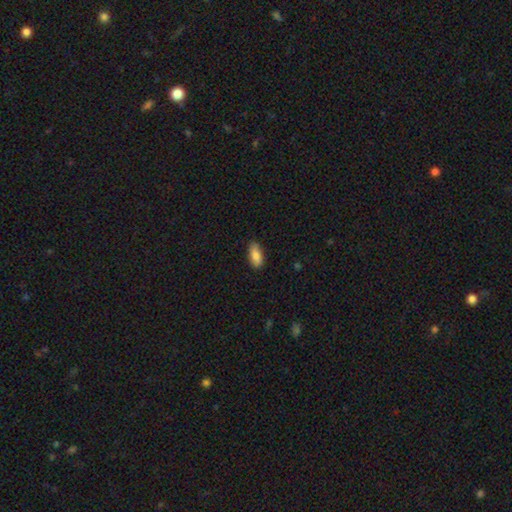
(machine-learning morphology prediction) A smooth galaxy with no disk features (84%) that is in between round and cigar-shaped (85%).

Vote fractions:
- Smooth or featured? smooth: 84% / featured or disk: 9% / star or artifact: 7%
- How rounded? in between: 85% / cigar-shaped: 13% / round: 2%
- Merging? none: 82% / minor disturbance: 15% / major disturbance: 2% / merger: 1%